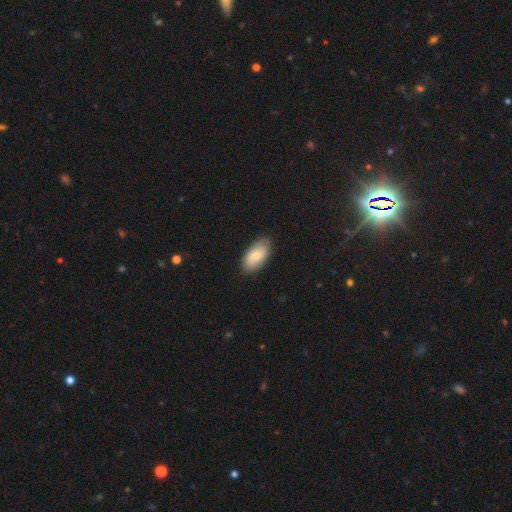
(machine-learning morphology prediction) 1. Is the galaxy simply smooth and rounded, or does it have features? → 77% smooth, 17% featured or disk, 6% star or artifact.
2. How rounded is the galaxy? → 94% in between, 3% cigar-shaped, 3% round.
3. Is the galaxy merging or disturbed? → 86% none, 11% minor disturbance, 2% major disturbance, 1% merger.